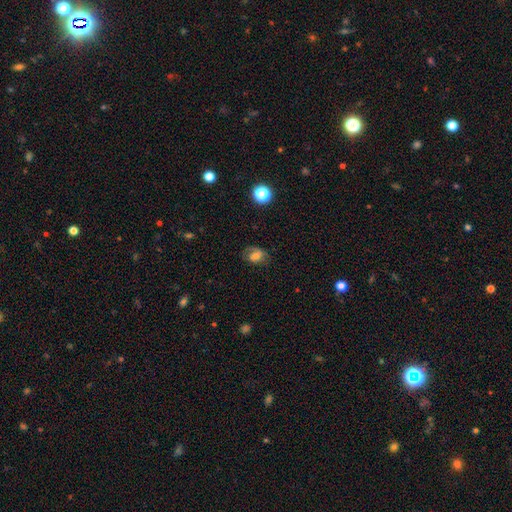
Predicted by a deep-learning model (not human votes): Q: Smooth or featured?
A: smooth (58%); runner-up: featured or disk (29%)
Q: How rounded?
A: in between (66%); runner-up: round (33%)
Q: Merging?
A: none (61%); runner-up: minor disturbance (24%)